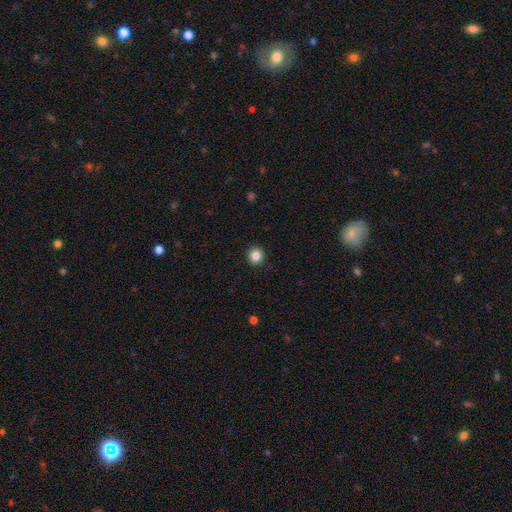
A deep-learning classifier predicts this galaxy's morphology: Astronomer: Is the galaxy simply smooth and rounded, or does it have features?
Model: smooth — 86%.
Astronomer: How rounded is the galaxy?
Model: round — 94%.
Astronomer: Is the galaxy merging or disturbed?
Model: none — 93%.